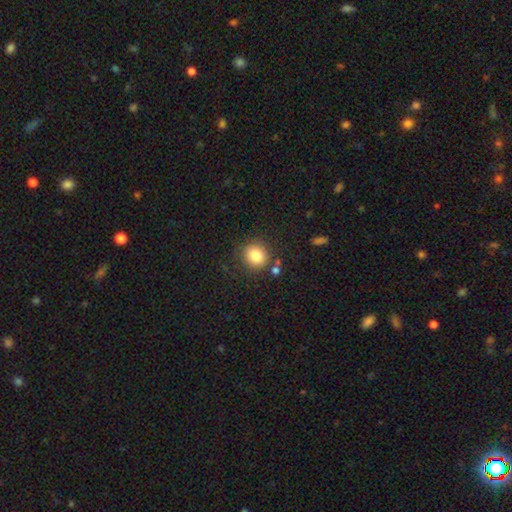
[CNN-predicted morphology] A smooth galaxy with no disk features (83%) that is round (85%). Merging: none (81%).